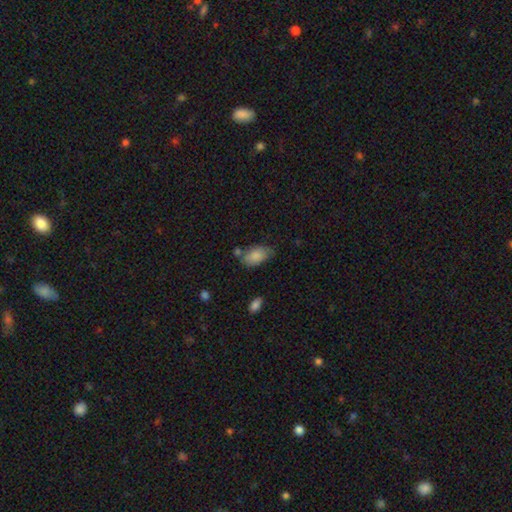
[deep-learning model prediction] smooth_or_featured: smooth (p=0.84) [alt: featured or disk p=0.09]
how_rounded: in between (p=0.93) [alt: round p=0.05]
merging: none (p=0.56) [alt: minor disturbance p=0.27]